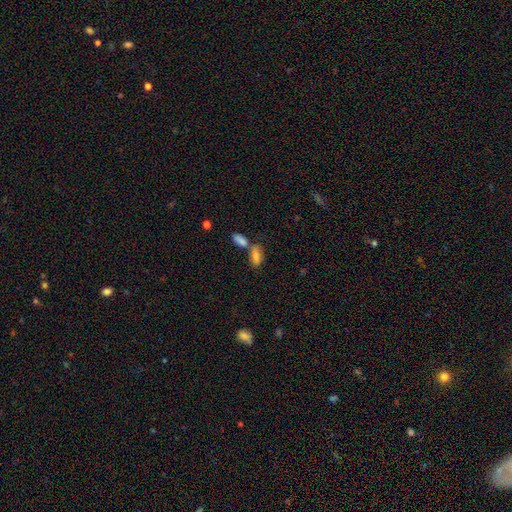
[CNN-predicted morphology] Smooth or featured? Predicted: smooth (p=0.76). How rounded? Predicted: in between (p=0.80). Merging? Predicted: none (p=0.44).